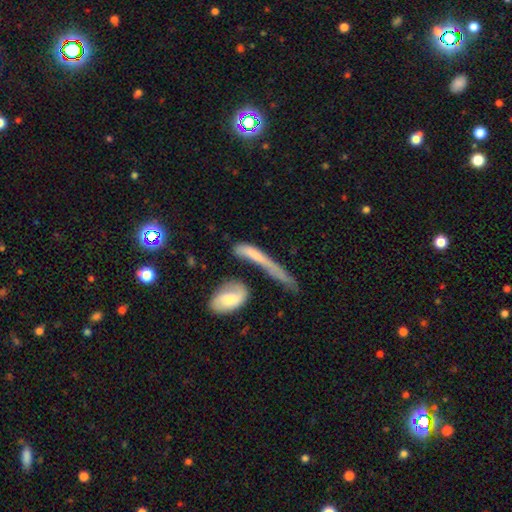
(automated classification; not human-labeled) Smooth or featured? Predicted: smooth (p=0.62). How rounded? Predicted: cigar-shaped (p=0.76). Merging? Predicted: none (p=0.37).